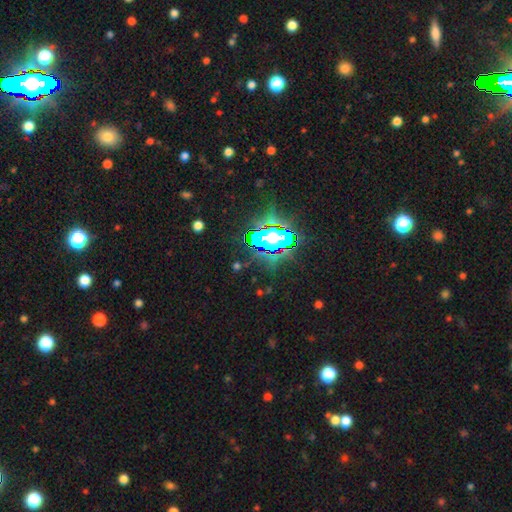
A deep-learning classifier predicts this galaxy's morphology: smooth_or_featured: star or artifact (p=0.79) [alt: smooth p=0.12]